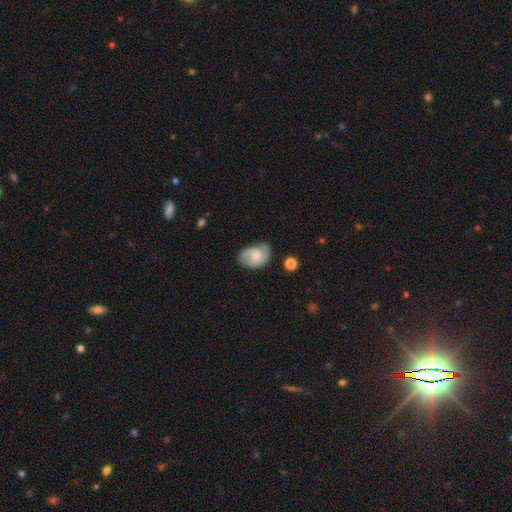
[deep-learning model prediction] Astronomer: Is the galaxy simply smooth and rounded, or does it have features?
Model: featured or disk — 65%.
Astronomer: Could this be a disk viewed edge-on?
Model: no — 97%.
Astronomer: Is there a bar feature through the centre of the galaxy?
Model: no — 60%.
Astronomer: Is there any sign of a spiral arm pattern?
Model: yes — 92%.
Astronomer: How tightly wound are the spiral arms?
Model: medium — 48% (runner-up: tight, 33%).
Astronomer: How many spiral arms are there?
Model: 2 — 72%.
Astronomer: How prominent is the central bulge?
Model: moderate — 47% (runner-up: small, 44%).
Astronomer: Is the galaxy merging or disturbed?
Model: none — 69%.